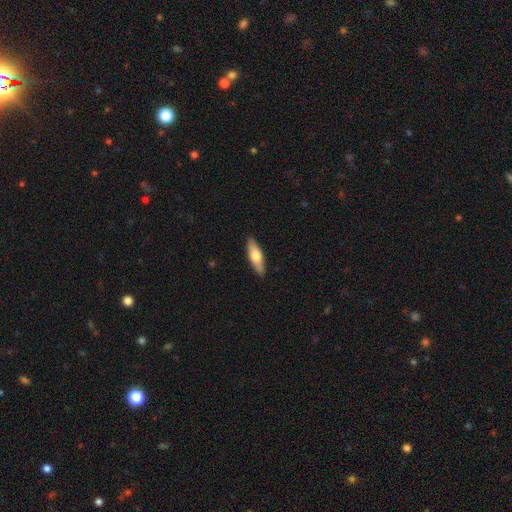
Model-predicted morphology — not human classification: A smooth galaxy with no disk features (62%) that is cigar-shaped (49%, tied with in between). Merging: none (88%).